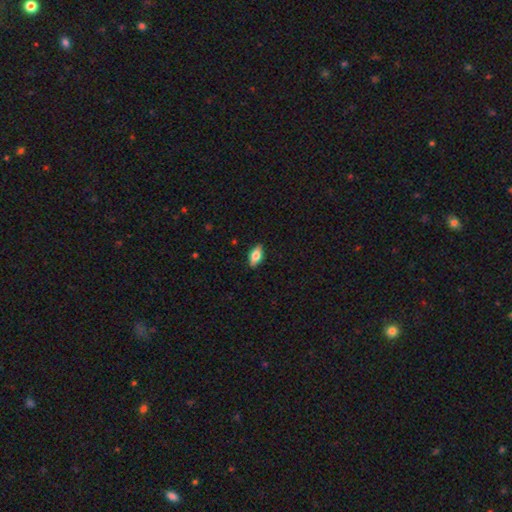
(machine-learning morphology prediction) The model was most divided on "smooth or featured": smooth: 68%, featured or disk: 25%, star or artifact: 7%. More confident: merging — none (89%); how rounded — in between (84%).